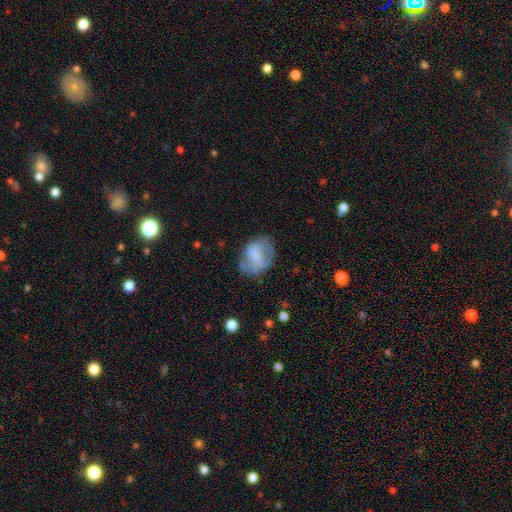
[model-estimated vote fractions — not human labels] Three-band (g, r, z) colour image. It shows a smooth galaxy with no disk features (59%) that is in between round and cigar-shaped (58%). Merging: none (51%).